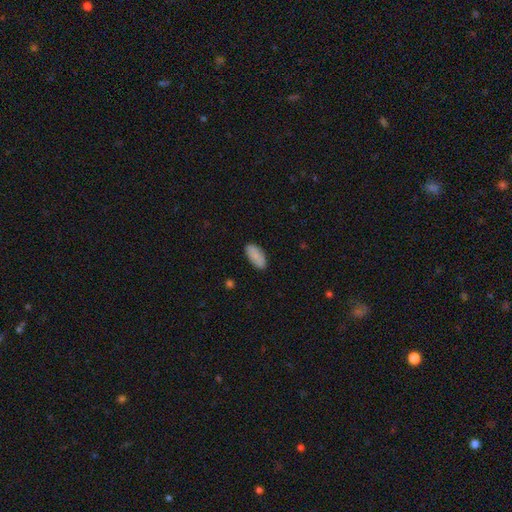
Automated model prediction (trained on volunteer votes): Smooth or featured? Predicted: smooth (p=0.87). How rounded? Predicted: in between (p=0.91). Merging? Predicted: none (p=0.85).